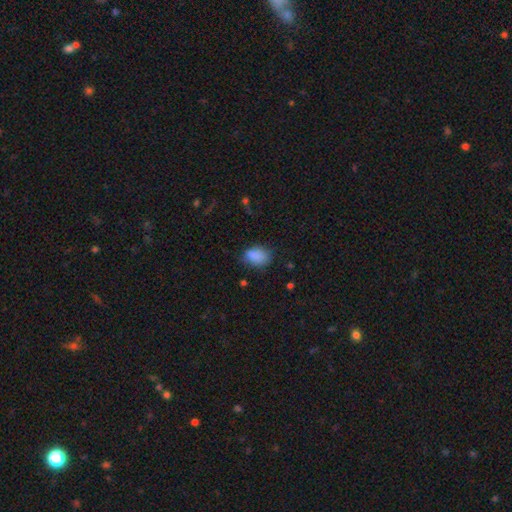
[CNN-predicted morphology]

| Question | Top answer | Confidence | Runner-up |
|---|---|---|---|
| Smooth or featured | smooth | 86% | star or artifact (9%) |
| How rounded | in between | 81% | round (18%) |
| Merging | none | 69% | minor disturbance (23%) |